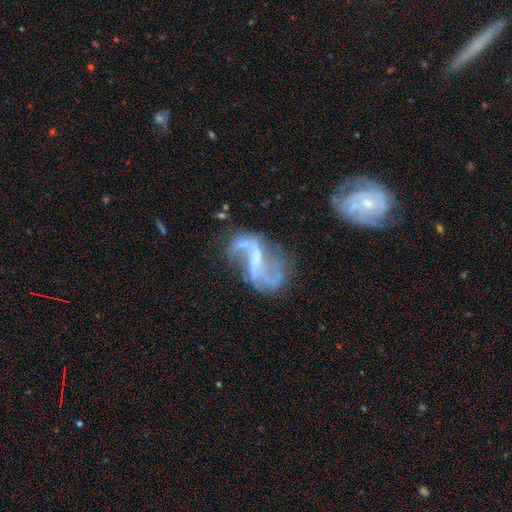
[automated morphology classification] Smooth or featured? featured or disk (83%)
Edge-on disk? no (97%)
Bar? weak (41%)
Spiral arms? yes (88%)
Spiral winding? loose (73%)
Spiral arm count? 2 (79%)
Bulge size? none (46%)
Merging? none (42%)